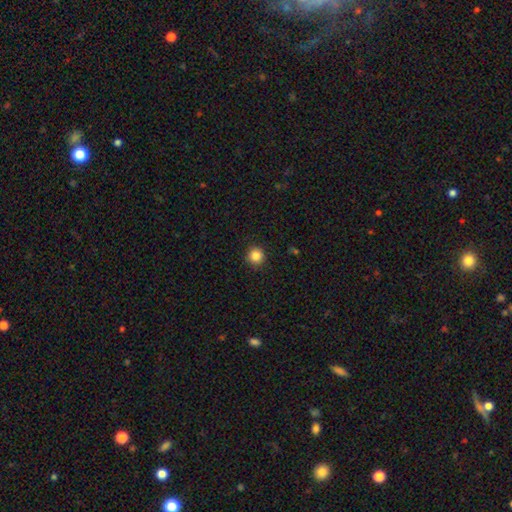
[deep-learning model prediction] Smooth or featured: smooth — 85% (star or artifact — 11%)
How rounded: round — 95% (in between — 4%)
Merging: none — 92% (minor disturbance — 5%)